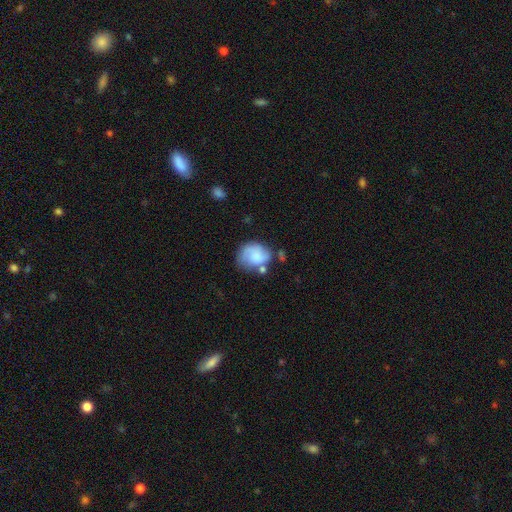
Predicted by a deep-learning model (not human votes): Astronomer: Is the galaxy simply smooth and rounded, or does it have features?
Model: smooth — 58% (runner-up: featured or disk, 34%).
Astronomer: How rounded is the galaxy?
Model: round — 57% (runner-up: in between, 42%).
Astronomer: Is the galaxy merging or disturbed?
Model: none — 45% (runner-up: minor disturbance, 28%).